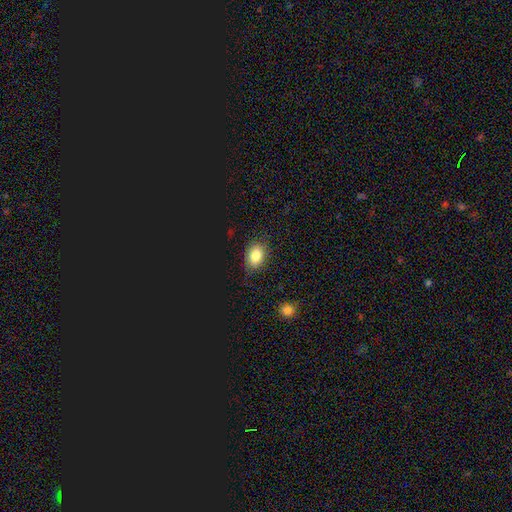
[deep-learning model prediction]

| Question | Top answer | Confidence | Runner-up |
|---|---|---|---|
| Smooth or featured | smooth | 80% | star or artifact (12%) |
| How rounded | in between | 76% | round (22%) |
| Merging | none | 78% | minor disturbance (17%) |